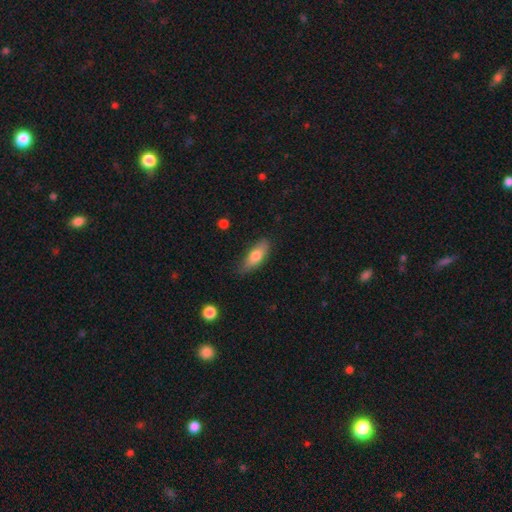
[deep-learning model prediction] This appears to be a smooth galaxy with no disk features (72%) that is in between round and cigar-shaped (60%). Merging: none (76%).